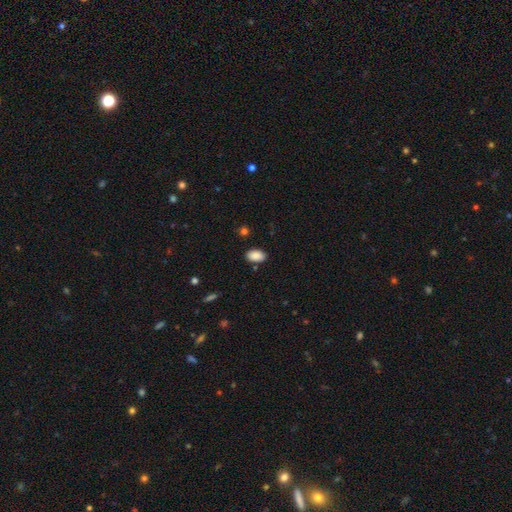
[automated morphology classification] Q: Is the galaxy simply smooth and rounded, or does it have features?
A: smooth — 89%.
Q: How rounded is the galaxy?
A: in between — 92%.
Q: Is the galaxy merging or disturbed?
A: none — 86%.